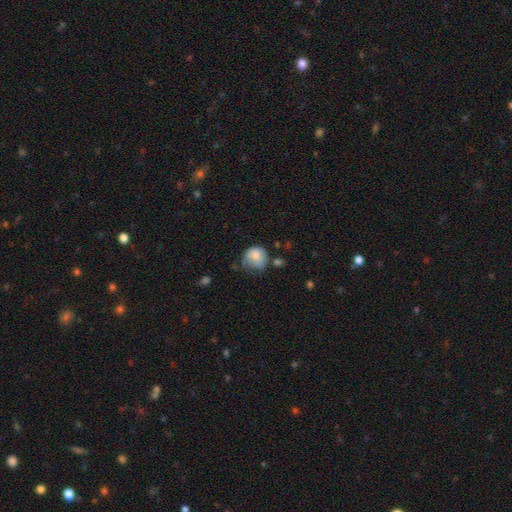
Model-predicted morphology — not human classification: This is likely a smooth galaxy (77%). How rounded: likely round (76%). Merging: marginally none (40%).